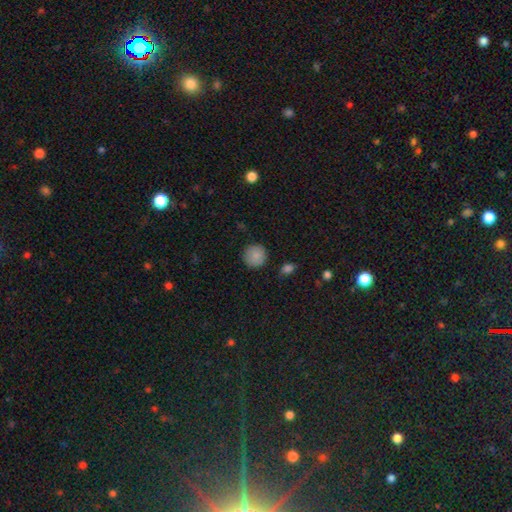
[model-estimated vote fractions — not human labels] Smooth or featured?
  - smooth: 87% *
  - star or artifact: 8%
  - featured or disk: 5%
How rounded?
  - round: 93% *
  - in between: 6%
  - cigar-shaped: 1%
Merging?
  - none: 86% *
  - minor disturbance: 10%
  - major disturbance: 2%
  - merger: 2%